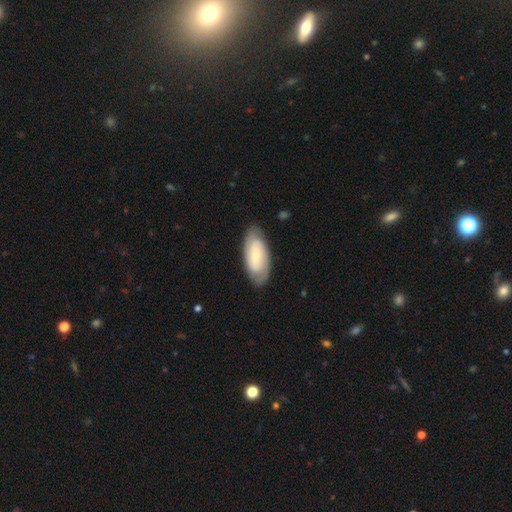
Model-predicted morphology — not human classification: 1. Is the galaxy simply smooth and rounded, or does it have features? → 50% featured or disk, 44% smooth, 6% star or artifact.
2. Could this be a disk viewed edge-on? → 91% no, 9% yes.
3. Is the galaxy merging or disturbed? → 81% none, 14% minor disturbance, 3% major disturbance, 1% merger.